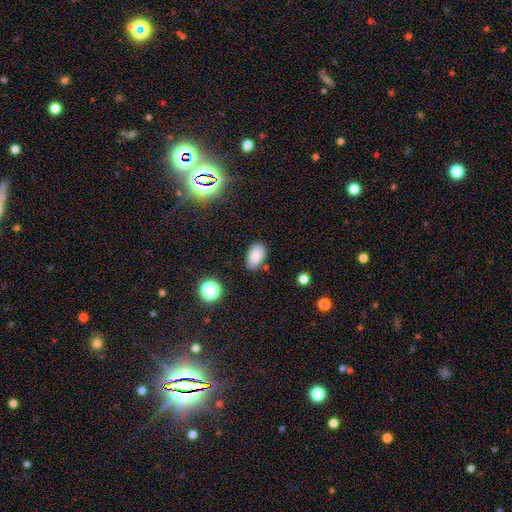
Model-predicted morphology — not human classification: type=smooth (83%); roundness=in between (92%); merging=none (79%).